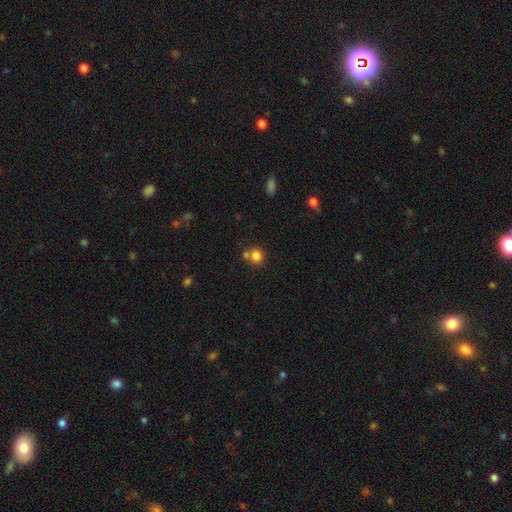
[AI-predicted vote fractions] Smooth or featured?
  - smooth: 81% *
  - star or artifact: 12%
  - featured or disk: 7%
How rounded?
  - round: 85% *
  - in between: 14%
  - cigar-shaped: 1%
Merging?
  - none: 56% *
  - merger: 31%
  - minor disturbance: 9%
  - major disturbance: 4%